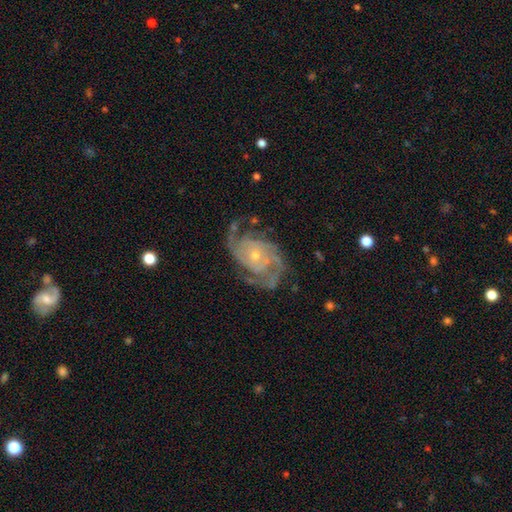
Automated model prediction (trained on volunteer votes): This appears to be a featured or disk galaxy (91%) with no bar (75%), 2 (37%) tight (51%) spiral arms (98%) and a small central bulge (69%). Merging: none (69%).